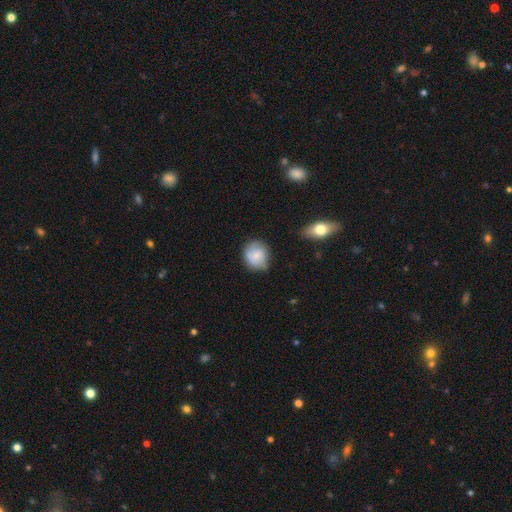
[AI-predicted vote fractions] Smooth or featured: smooth — 72% (featured or disk — 21%)
How rounded: round — 76% (in between — 22%)
Merging: none — 66% (minor disturbance — 26%)